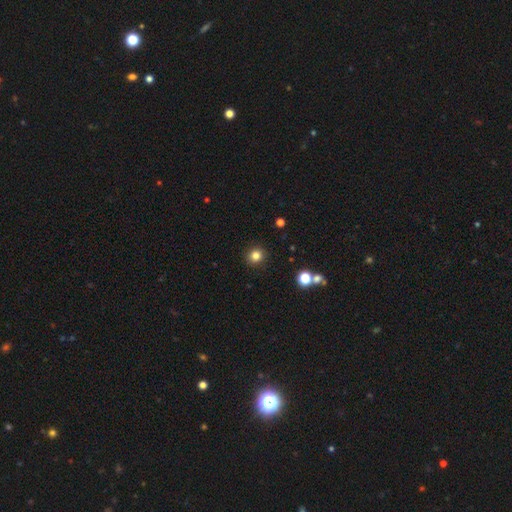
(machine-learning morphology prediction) type=smooth (82%); roundness=round (89%); merging=none (92%).